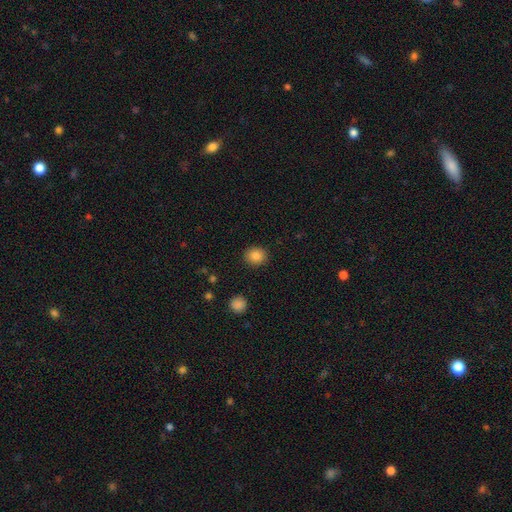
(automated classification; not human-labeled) Smooth or featured? Predicted: smooth (p=0.85). How rounded? Predicted: round (p=0.79). Merging? Predicted: none (p=0.90).